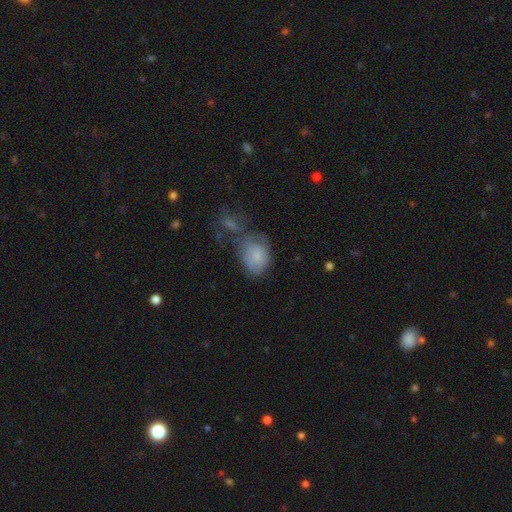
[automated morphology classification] This appears to be a smooth galaxy with no disk features (71%) that is in between round and cigar-shaped (69%). Merging: merger (34%).